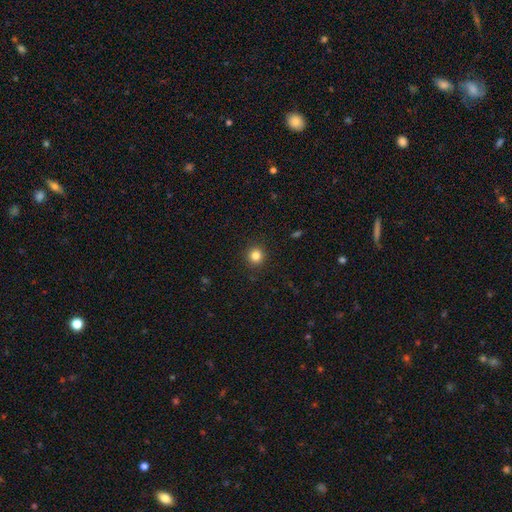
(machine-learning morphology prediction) A smooth galaxy with no disk features (83%) that is round (93%).

Vote fractions:
- Smooth or featured? smooth: 83% / star or artifact: 12% / featured or disk: 5%
- How rounded? round: 93% / in between: 6% / cigar-shaped: 1%
- Merging? none: 92% / minor disturbance: 5% / major disturbance: 2% / merger: 1%